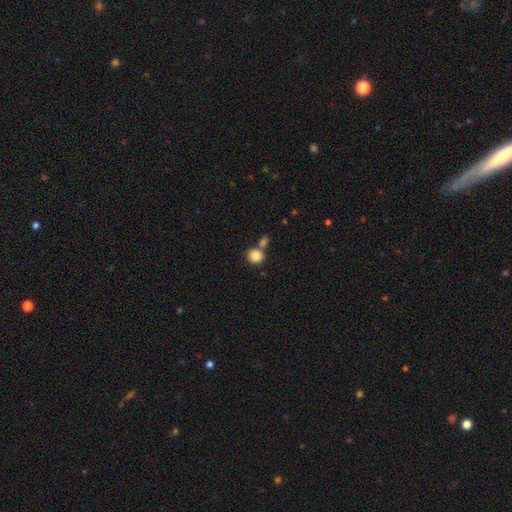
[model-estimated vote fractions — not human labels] Smooth or featured? Predicted: smooth (p=0.86). How rounded? Predicted: round (p=0.84). Merging? Predicted: none (p=0.55).